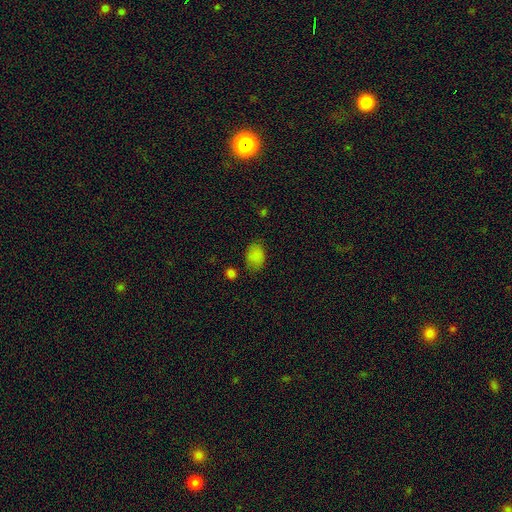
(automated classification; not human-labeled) Smooth or featured? Predicted: smooth (p=0.83). How rounded? Predicted: in between (p=0.81). Merging? Predicted: none (p=0.69).